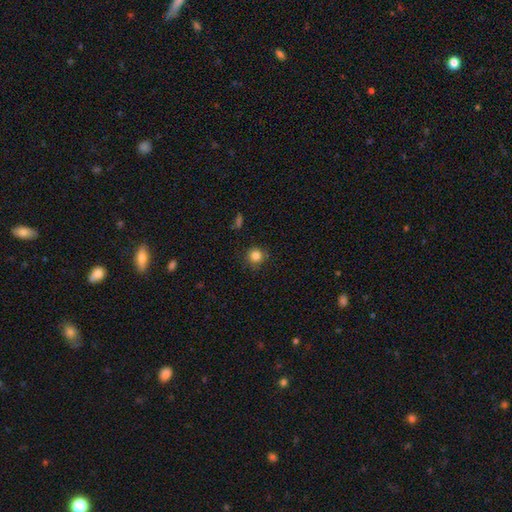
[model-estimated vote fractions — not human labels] smooth 83%, star or artifact 11%, featured or disk 5%. Down the decision tree: how rounded — round (93%); merging — none (84%).